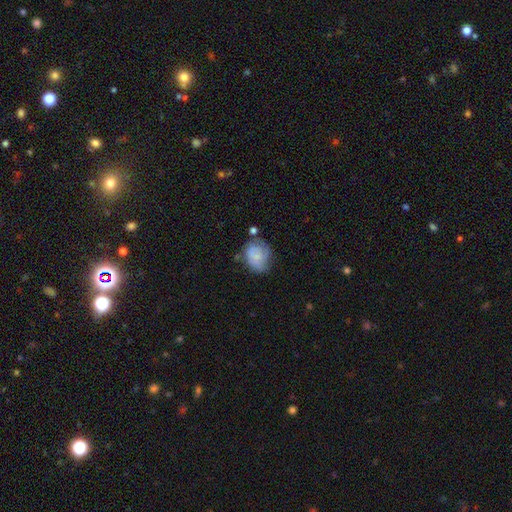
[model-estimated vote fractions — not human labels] This is likely a smooth galaxy (60%). How rounded: possibly round (53%). Merging: possibly none (49%).